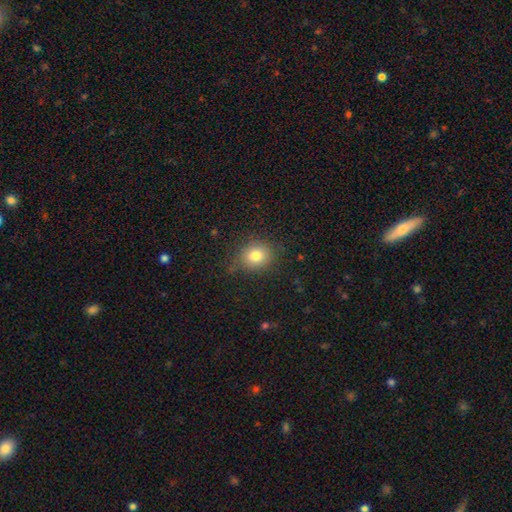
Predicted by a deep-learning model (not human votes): smooth_or_featured: smooth (p=0.80) [alt: star or artifact p=0.11]
how_rounded: round (p=0.64) [alt: in between p=0.35]
merging: none (p=0.78) [alt: minor disturbance p=0.16]